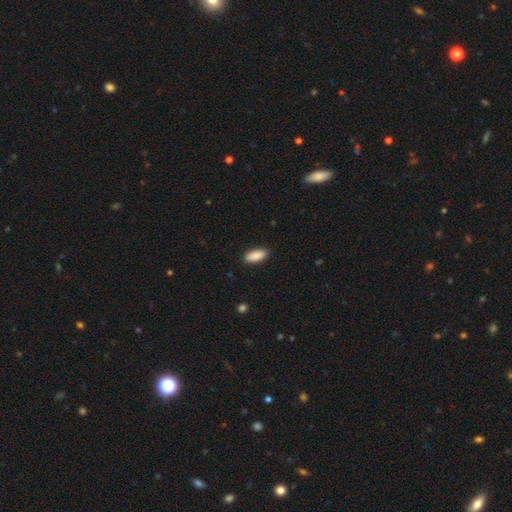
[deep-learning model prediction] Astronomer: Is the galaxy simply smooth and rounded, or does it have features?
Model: smooth — 90%.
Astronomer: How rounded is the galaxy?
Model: in between — 85%.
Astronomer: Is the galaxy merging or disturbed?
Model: none — 89%.